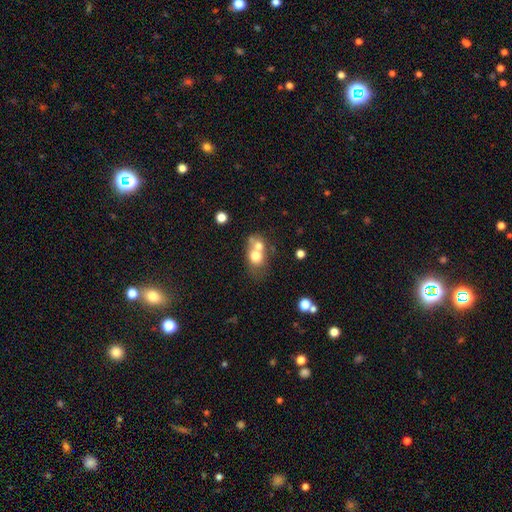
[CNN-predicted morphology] smooth-or-featured: smooth: 67% | featured or disk: 22% | star or artifact: 11%
  how-rounded: round: 57% | in between: 42% | cigar-shaped: 1%
  merging: merger: 59% | none: 28% | minor disturbance: 8% | major disturbance: 5%